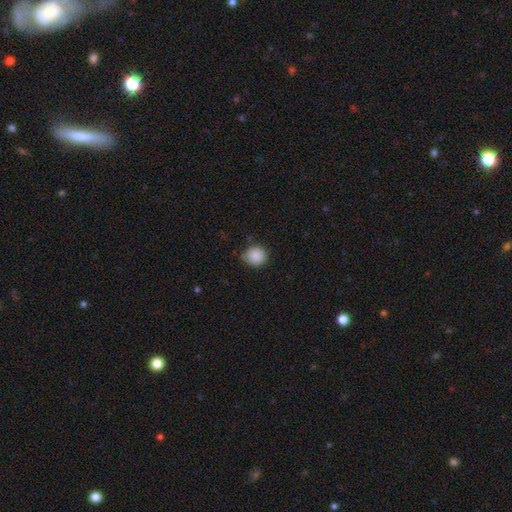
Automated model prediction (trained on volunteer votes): Overall: smooth (88%). How rounded: round (87%). Merging: none (77%).